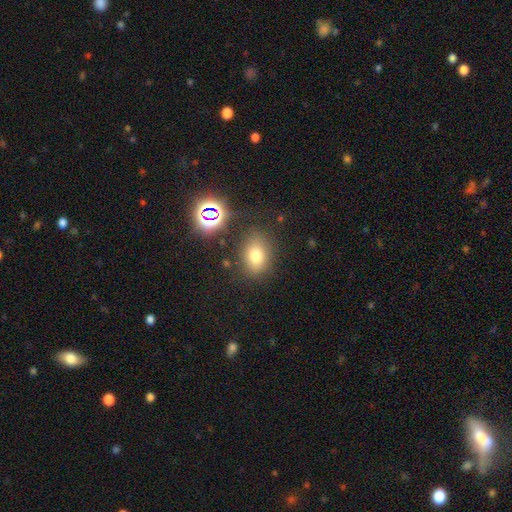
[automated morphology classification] Smooth or featured? Predicted: smooth (p=0.73). How rounded? Predicted: in between (p=0.68). Merging? Predicted: none (p=0.80).